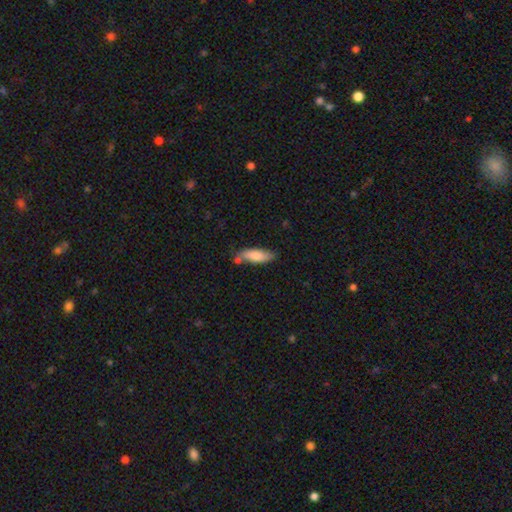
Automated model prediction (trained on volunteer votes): Smooth or featured? Predicted: smooth (p=0.80). How rounded? Predicted: in between (p=0.59). Merging? Predicted: none (p=0.64).